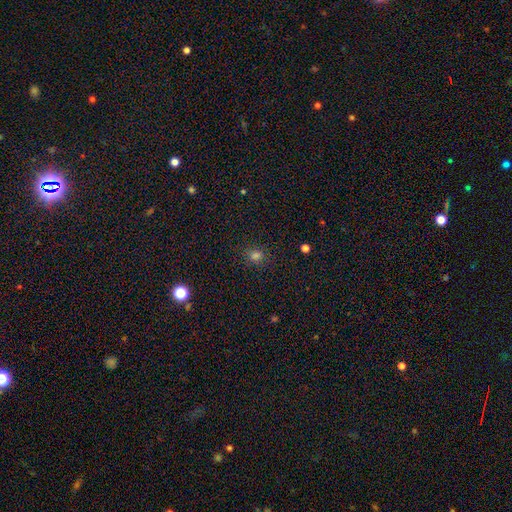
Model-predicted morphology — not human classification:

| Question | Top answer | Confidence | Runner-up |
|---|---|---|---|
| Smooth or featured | smooth | 77% | star or artifact (19%) |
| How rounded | round | 79% | in between (20%) |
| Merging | none | 88% | minor disturbance (8%) |